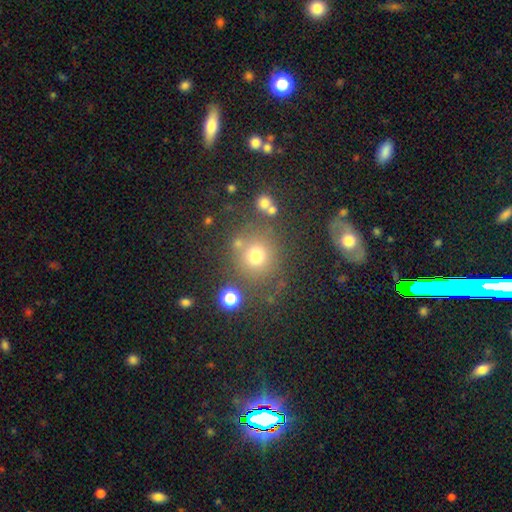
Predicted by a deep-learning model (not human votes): The model was most divided on "smooth or featured": smooth: 72%, star or artifact: 18%, featured or disk: 10%. More confident: how rounded — round (89%); merging — none (75%).